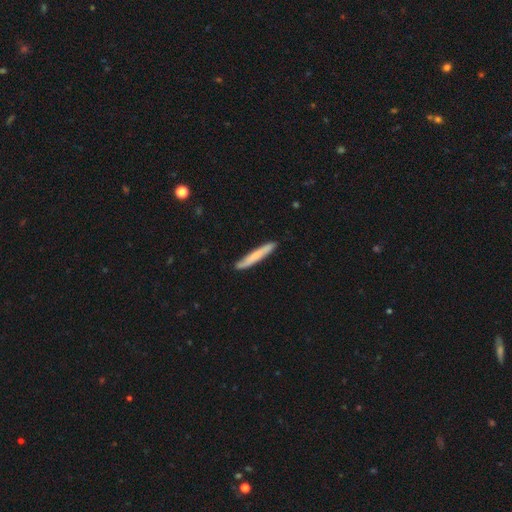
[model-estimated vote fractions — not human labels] This appears to be a smooth galaxy with no disk features (69%) that is cigar-shaped (95%). Merging: none (86%).